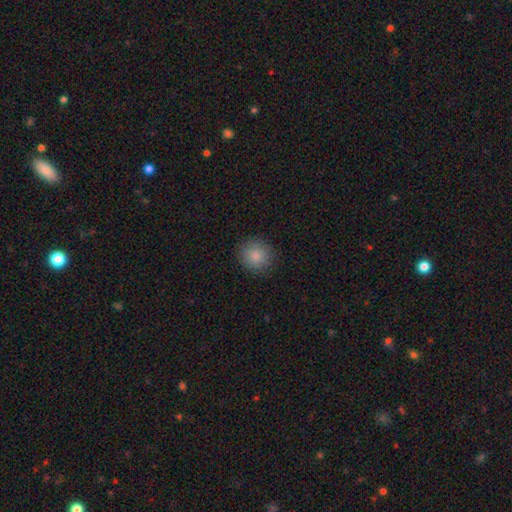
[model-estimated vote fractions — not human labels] This appears to be a smooth galaxy with no disk features (86%) that is round (91%). Merging: none (89%).